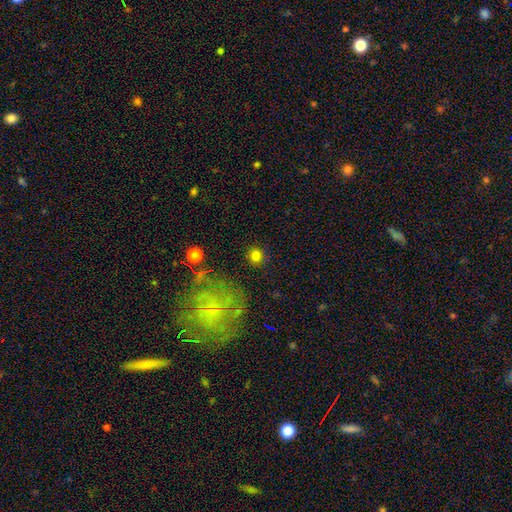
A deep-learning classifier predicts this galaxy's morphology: Overall: smooth (80%). How rounded: round (87%). Merging: none (88%).